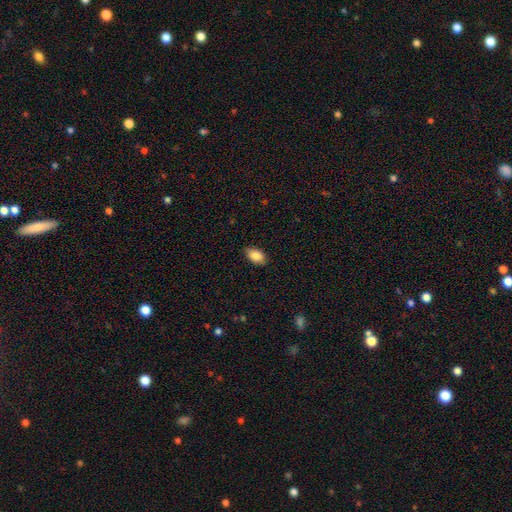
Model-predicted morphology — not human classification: Smooth or featured?
  - smooth: 86% *
  - star or artifact: 7%
  - featured or disk: 7%
How rounded?
  - in between: 91% *
  - round: 7%
  - cigar-shaped: 2%
Merging?
  - none: 86% *
  - minor disturbance: 11%
  - major disturbance: 2%
  - merger: 1%